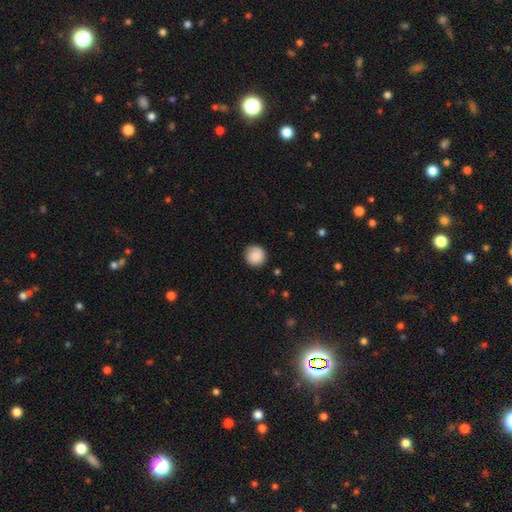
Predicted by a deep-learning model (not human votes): Q: Smooth or featured?
A: smooth (87%); runner-up: star or artifact (7%)
Q: How rounded?
A: round (95%); runner-up: in between (4%)
Q: Merging?
A: none (86%); runner-up: minor disturbance (10%)